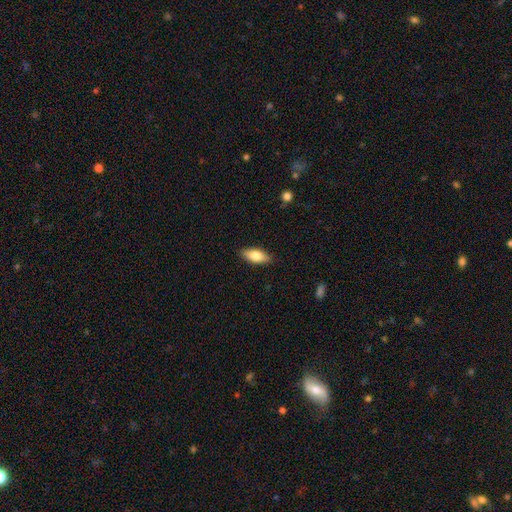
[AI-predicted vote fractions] The model was most divided on "smooth or featured": smooth: 76%, featured or disk: 18%, star or artifact: 6%. More confident: merging — none (88%); how rounded — in between (80%).